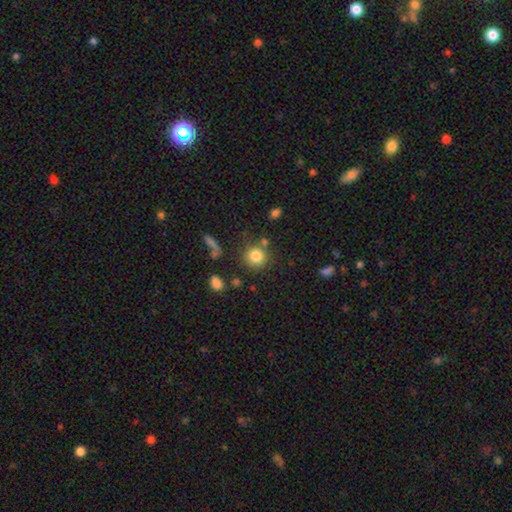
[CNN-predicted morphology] Overall: smooth (82%). How rounded: round (89%). Merging: none (76%).